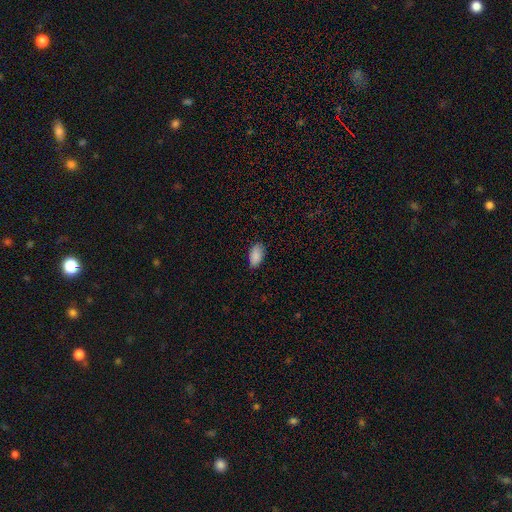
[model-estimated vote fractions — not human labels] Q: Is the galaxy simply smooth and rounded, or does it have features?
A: smooth — 88%.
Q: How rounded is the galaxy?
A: in between — 94%.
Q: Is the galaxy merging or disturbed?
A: none — 80%.